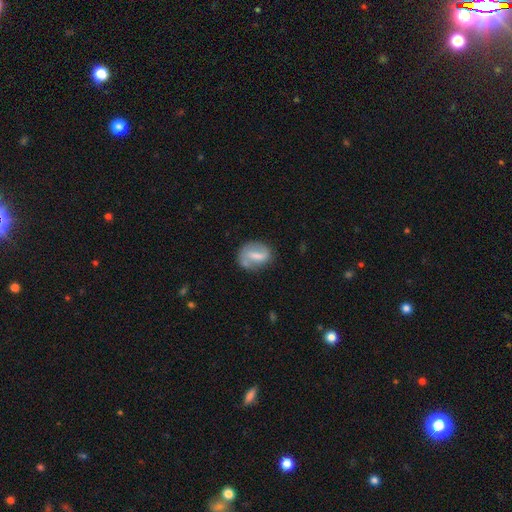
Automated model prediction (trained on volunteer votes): A smooth galaxy with no disk features (51%) that is in between round and cigar-shaped (61%). Merging: none (58%).